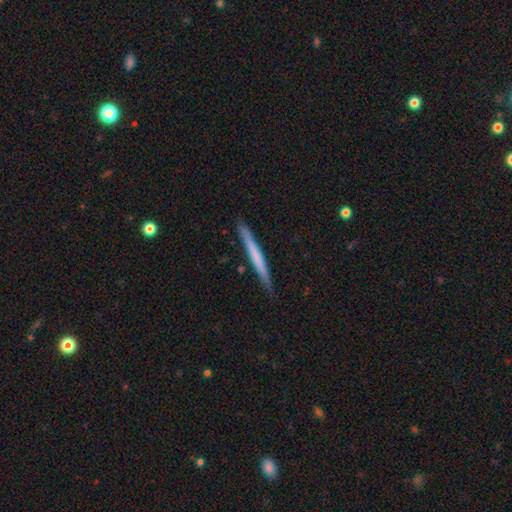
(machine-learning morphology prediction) Smooth or featured? Predicted: smooth (p=0.52). How rounded? Predicted: cigar-shaped (p=0.97). Merging? Predicted: none (p=0.89).